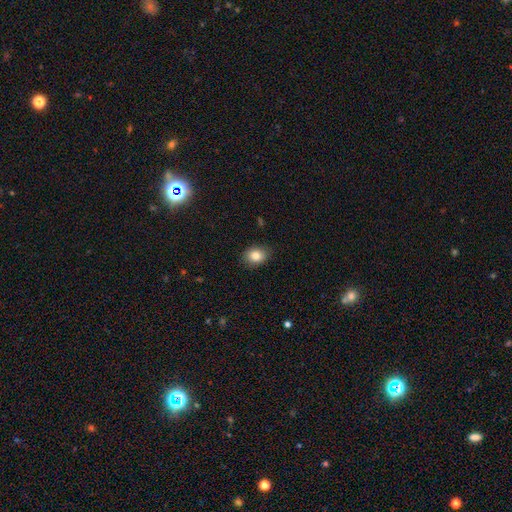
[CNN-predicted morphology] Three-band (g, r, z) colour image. It shows a smooth galaxy with no disk features (85%) that is in between round and cigar-shaped (64%). Merging: none (84%).